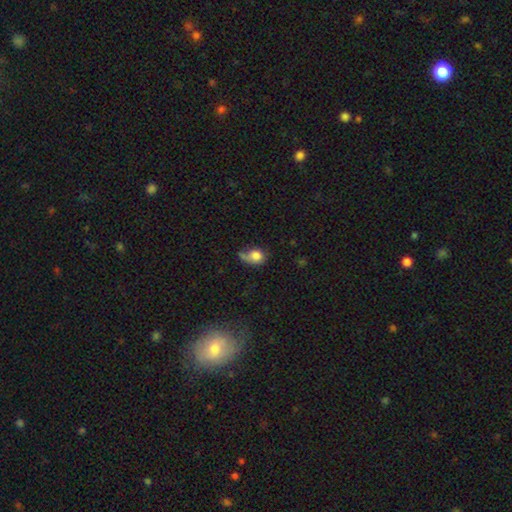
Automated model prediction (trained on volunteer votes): smooth 73%, featured or disk 18%, star or artifact 10%. Down the decision tree: how rounded — round (51%); merging — none (33%).